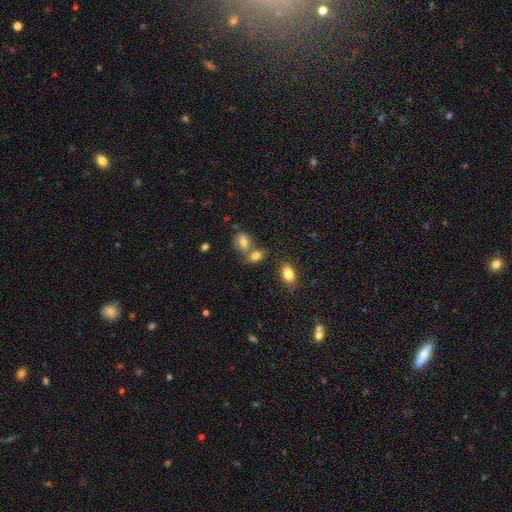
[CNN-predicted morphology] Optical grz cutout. It shows a smooth galaxy with no disk features (80%) that is in between round and cigar-shaped (78%). Merging: none (45%).